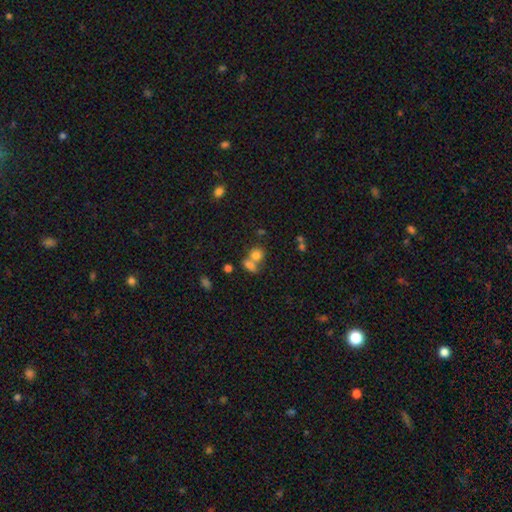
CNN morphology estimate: Smooth or featured: smooth — 77% (star or artifact — 13%)
How rounded: round — 65% (in between — 33%)
Merging: merger — 48% (none — 39%)